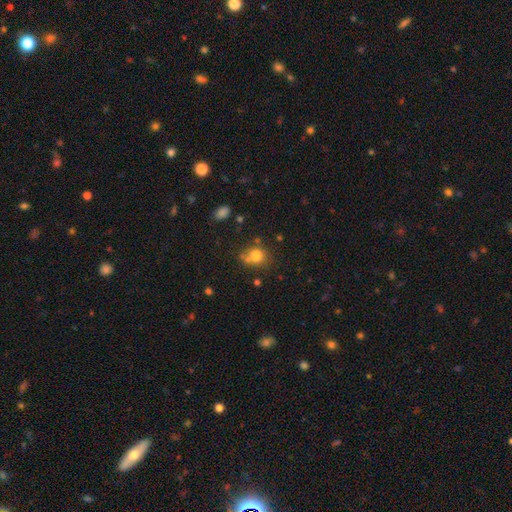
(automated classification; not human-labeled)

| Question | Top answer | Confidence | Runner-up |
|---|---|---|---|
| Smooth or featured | smooth | 76% | star or artifact (13%) |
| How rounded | round | 71% | in between (28%) |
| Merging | none | 57% | merger (21%) |